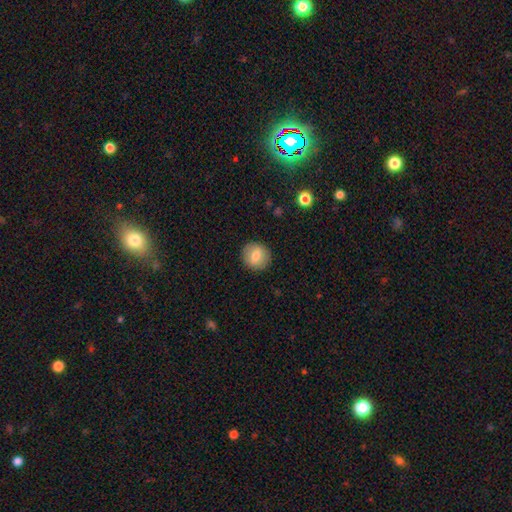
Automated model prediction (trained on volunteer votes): Smooth or featured? Predicted: smooth (p=0.76). How rounded? Predicted: round (p=0.88). Merging? Predicted: none (p=0.90).